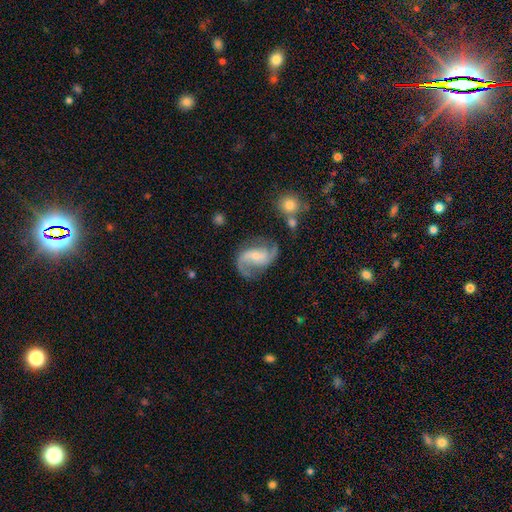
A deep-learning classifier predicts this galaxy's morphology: Smooth or featured?
  - featured or disk: 87% *
  - smooth: 8%
  - star or artifact: 5%
Edge-on disk?
  - no: 98% *
  - yes: 2%
Bar?
  - weak: 42% *
  - no: 38%
  - strong: 21%
Spiral arms?
  - yes: 96% *
  - no: 4%
Spiral winding?
  - loose: 47% *
  - medium: 43%
  - tight: 10%
Spiral arm count?
  - 2: 90% *
  - 1: 3%
  - can't tell: 3%
  - 3: 2%
  - 4: 1%
  - more than 4: 1%
Bulge size?
  - small: 58% *
  - moderate: 33%
  - none: 4%
  - large: 3%
  - dominant: 1%
Merging?
  - none: 66% *
  - minor disturbance: 18%
  - major disturbance: 13%
  - merger: 4%